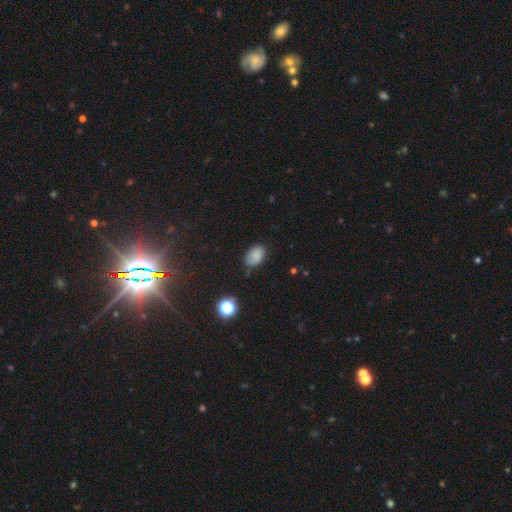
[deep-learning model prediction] The model was most divided on "merging": none: 66%, minor disturbance: 27%, major disturbance: 5%, merger: 3%. More confident: how rounded — in between (88%); smooth or featured — smooth (80%).